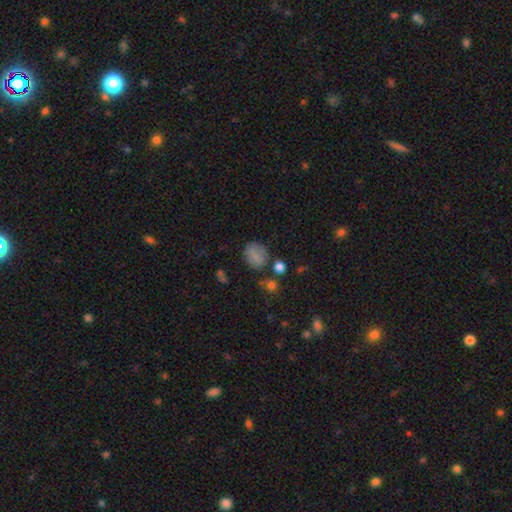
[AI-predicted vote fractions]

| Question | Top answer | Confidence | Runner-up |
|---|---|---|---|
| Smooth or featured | smooth | 78% | star or artifact (12%) |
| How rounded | round | 62% | in between (37%) |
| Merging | none | 69% | minor disturbance (19%) |